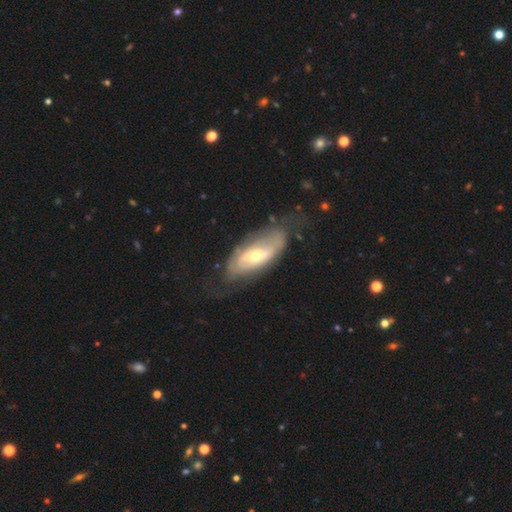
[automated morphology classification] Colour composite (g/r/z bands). It shows a featured or disk galaxy (70%) with no bar (56%), spiral arms (63%) and a moderate central bulge (55%). Merging: none (62%).